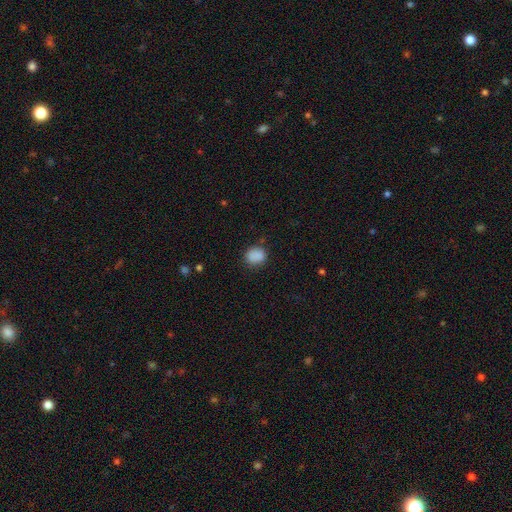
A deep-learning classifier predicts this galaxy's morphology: Smooth or featured? Predicted: smooth (p=0.87). How rounded? Predicted: round (p=0.67). Merging? Predicted: none (p=0.79).